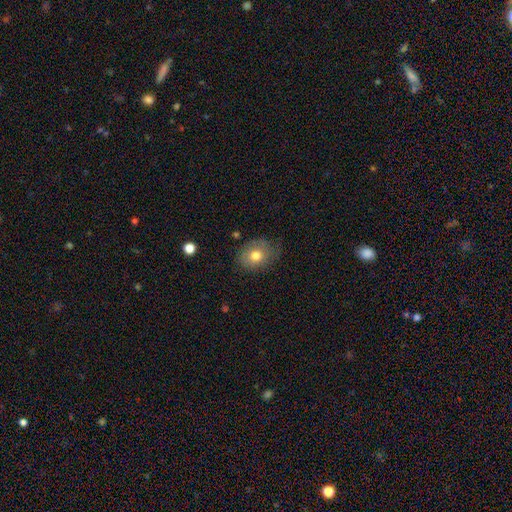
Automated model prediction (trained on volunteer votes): smooth-or-featured: smooth: 74% | featured or disk: 17% | star or artifact: 9%
  how-rounded: in between: 54% | round: 45% | cigar-shaped: 1%
  merging: none: 67% | minor disturbance: 24% | major disturbance: 7% | merger: 2%